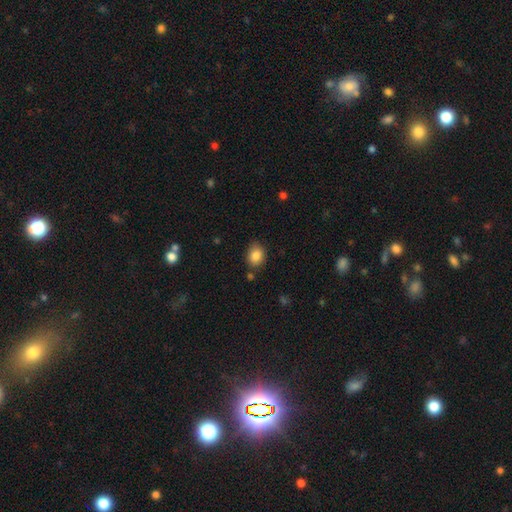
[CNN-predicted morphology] smooth 85%, star or artifact 9%, featured or disk 6%. Down the decision tree: how rounded — in between (59%); merging — none (79%).